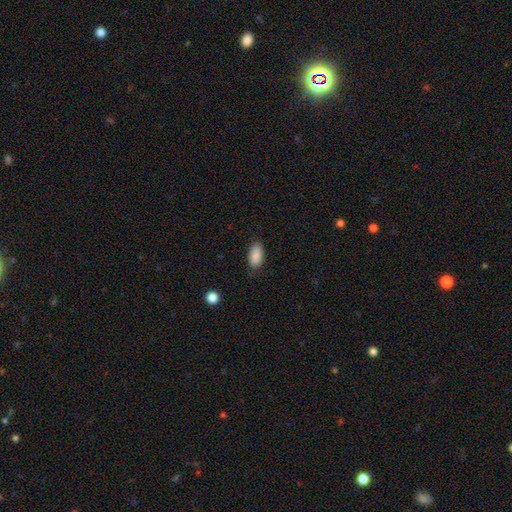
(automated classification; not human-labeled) smooth_or_featured: smooth (p=0.89) [alt: star or artifact p=0.07]
how_rounded: in between (p=0.93) [alt: cigar-shaped p=0.04]
merging: none (p=0.82) [alt: minor disturbance p=0.14]